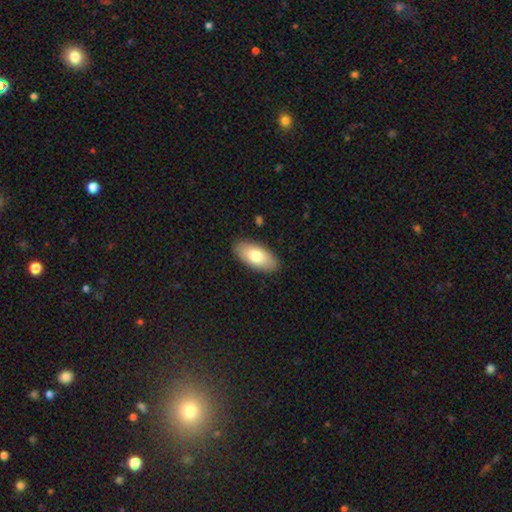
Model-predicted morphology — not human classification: Overall: smooth (76%). How rounded: in between (93%). Merging: none (88%).